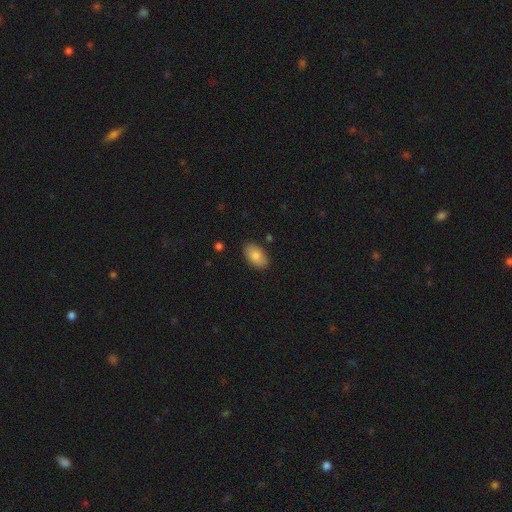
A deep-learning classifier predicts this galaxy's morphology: type=smooth (83%); roundness=in between (93%); merging=none (85%).